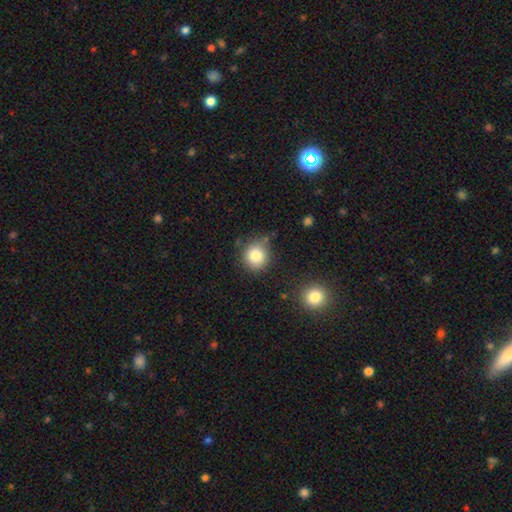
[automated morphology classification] smooth-or-featured: smooth: 82% | star or artifact: 11% | featured or disk: 7%
  how-rounded: round: 86% | in between: 13% | cigar-shaped: 1%
  merging: none: 76% | minor disturbance: 15% | merger: 5% | major disturbance: 4%